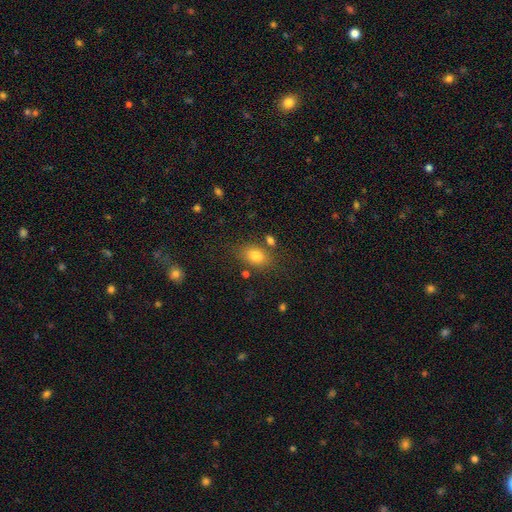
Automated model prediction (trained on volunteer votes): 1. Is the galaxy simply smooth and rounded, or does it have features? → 79% smooth, 11% star or artifact, 9% featured or disk.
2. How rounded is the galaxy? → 77% in between, 22% round, 2% cigar-shaped.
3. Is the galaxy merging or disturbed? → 73% none, 14% minor disturbance, 9% merger, 5% major disturbance.